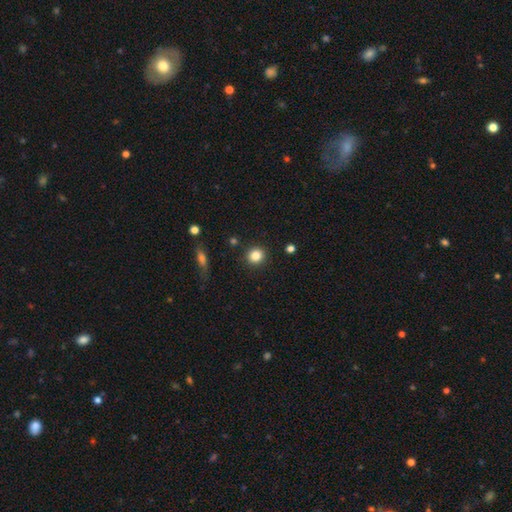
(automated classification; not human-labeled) This is clearly a smooth galaxy (84%). How rounded: clearly round (85%). Merging: clearly none (90%).